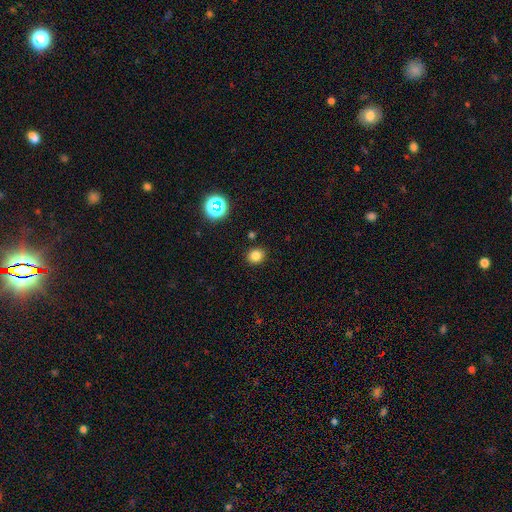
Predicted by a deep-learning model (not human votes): This appears to be a smooth galaxy with no disk features (80%) that is round (72%). Merging: none (88%).